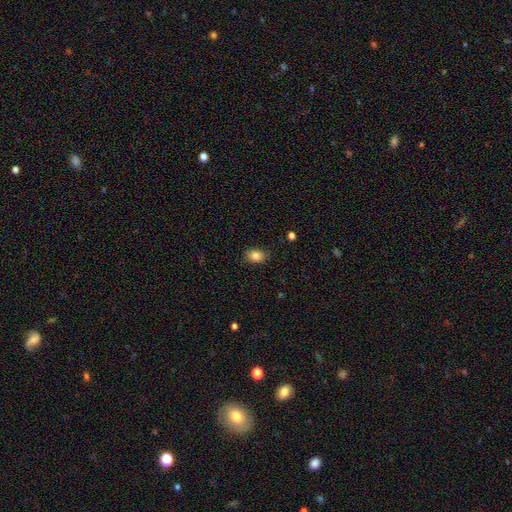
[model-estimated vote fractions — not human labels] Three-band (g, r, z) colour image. It shows a smooth galaxy with no disk features (84%) that is in between round and cigar-shaped (72%). Merging: none (83%).